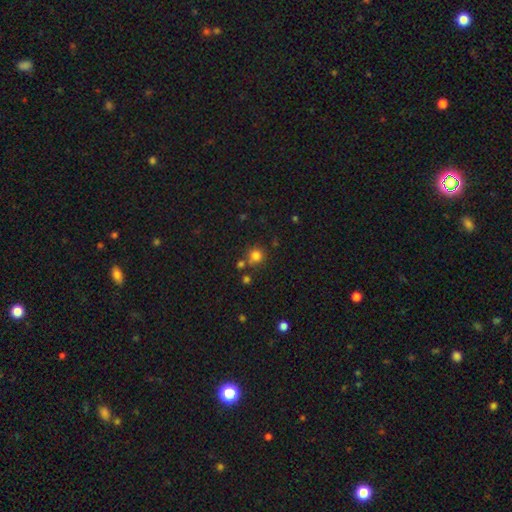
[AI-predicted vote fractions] Morphology: type=smooth (79%); roundness=round (90%); merging=none (70%).